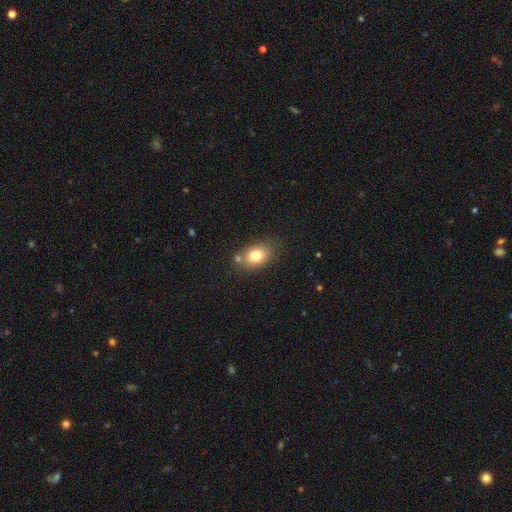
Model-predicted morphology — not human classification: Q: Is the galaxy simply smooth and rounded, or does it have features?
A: smooth — 78%.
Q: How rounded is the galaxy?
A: in between — 70%.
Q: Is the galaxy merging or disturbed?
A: none — 72%.